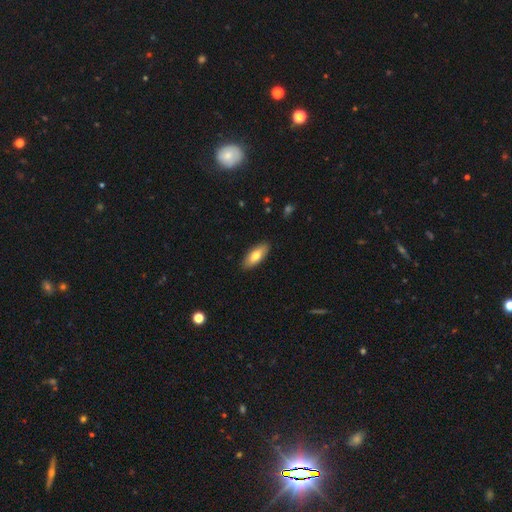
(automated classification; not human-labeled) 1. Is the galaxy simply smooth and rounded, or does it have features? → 74% smooth, 20% featured or disk, 6% star or artifact.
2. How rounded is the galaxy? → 78% in between, 19% cigar-shaped, 2% round.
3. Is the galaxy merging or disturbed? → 89% none, 8% minor disturbance, 2% major disturbance, 1% merger.